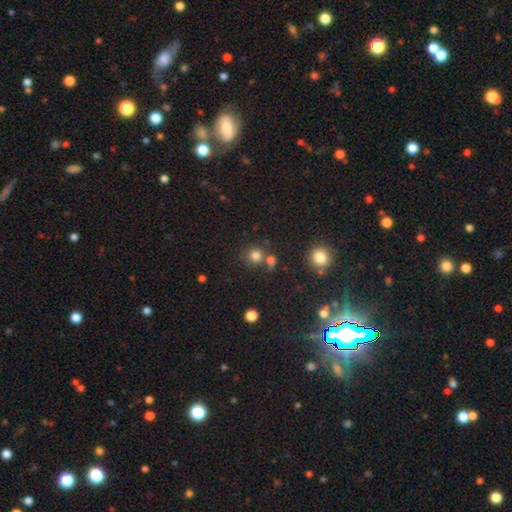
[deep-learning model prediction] Morphology: type=smooth (79%); roundness=round (88%); merging=none (62%).